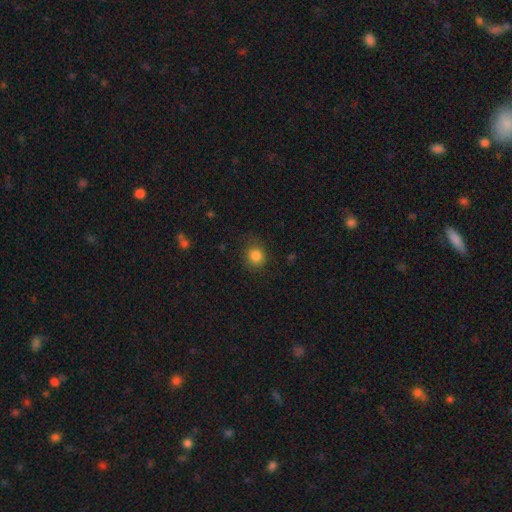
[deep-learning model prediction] Smooth or featured? Predicted: smooth (p=0.84). How rounded? Predicted: round (p=0.84). Merging? Predicted: none (p=0.82).